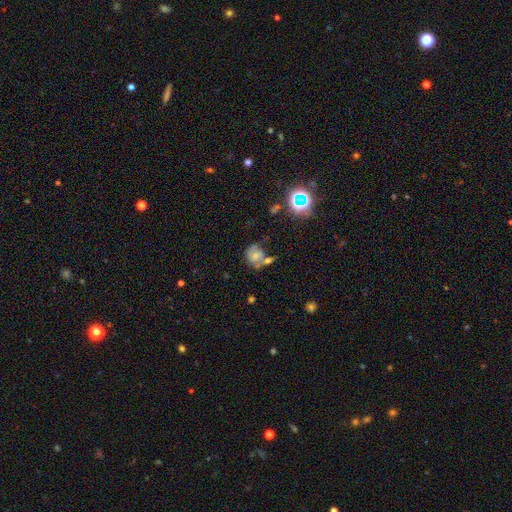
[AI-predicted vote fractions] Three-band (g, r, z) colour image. It shows a smooth galaxy with no disk features (51%) that is round (64%). Merging: none (34%).